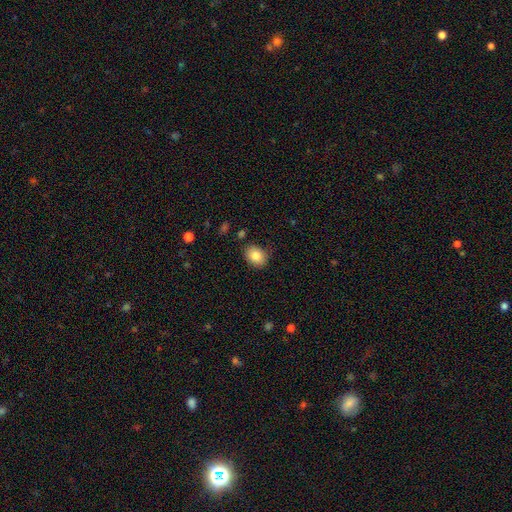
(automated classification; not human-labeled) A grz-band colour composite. It shows a smooth galaxy with no disk features (84%) that is in between round and cigar-shaped (56%). Merging: none (83%).